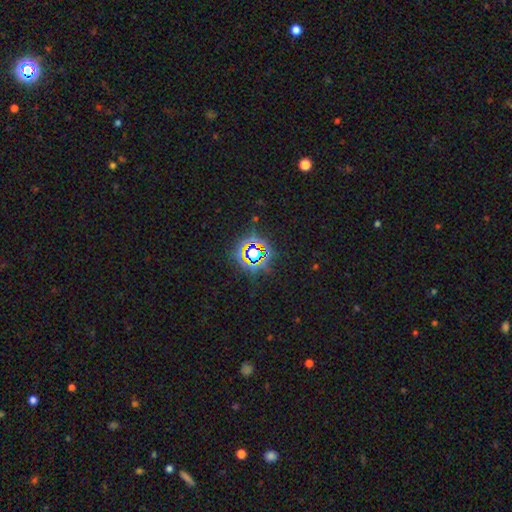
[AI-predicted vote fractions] star or artifact 72%, smooth 18%, featured or disk 10%.